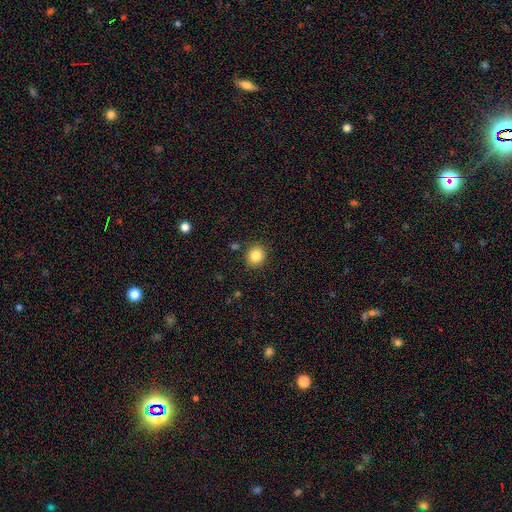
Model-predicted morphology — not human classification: Overall: smooth (84%). How rounded: round (86%). Merging: none (88%).